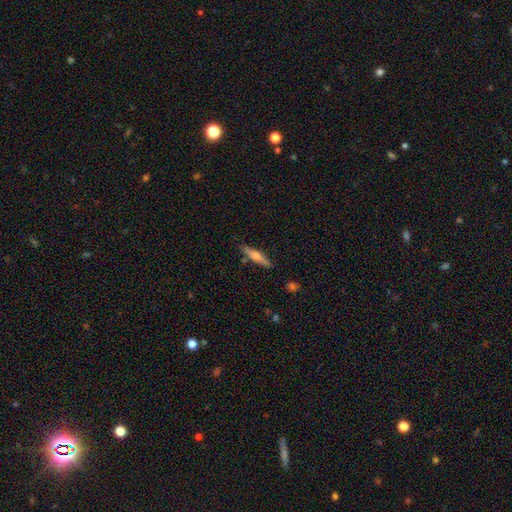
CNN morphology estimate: A smooth galaxy with no disk features (54%) that is cigar-shaped (82%). Merging: none (84%).